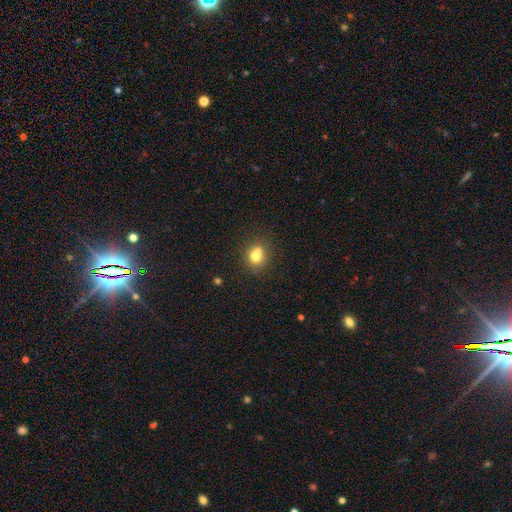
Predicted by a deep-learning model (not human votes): The model was most divided on "merging": none: 47%, merger: 36%, minor disturbance: 12%, major disturbance: 4%. More confident: smooth or featured — smooth (73%); how rounded — round (70%).